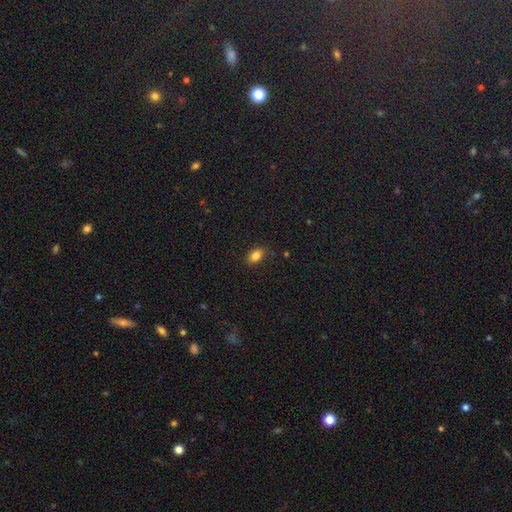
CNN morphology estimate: type=smooth (85%); roundness=in between (84%); merging=none (85%).